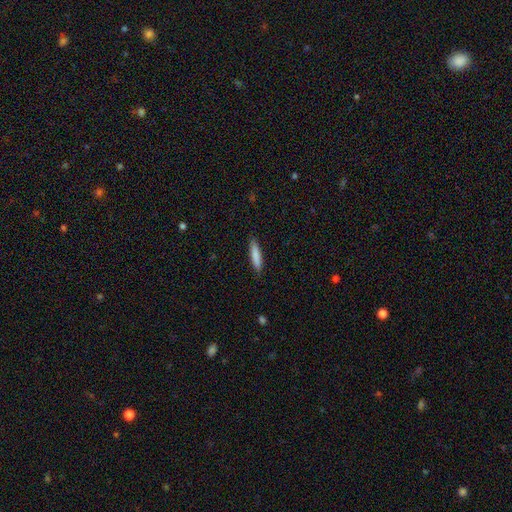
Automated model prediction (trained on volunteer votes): Smooth or featured? Predicted: smooth (p=0.84). How rounded? Predicted: cigar-shaped (p=0.83). Merging? Predicted: none (p=0.88).